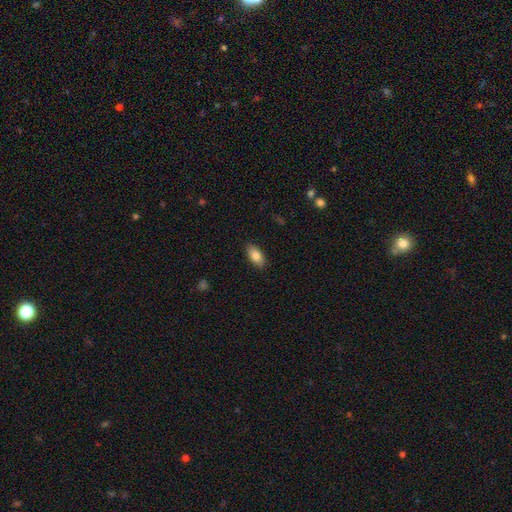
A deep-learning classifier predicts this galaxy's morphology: Smooth or featured? smooth (84%)
How rounded? in between (92%)
Merging? none (88%)